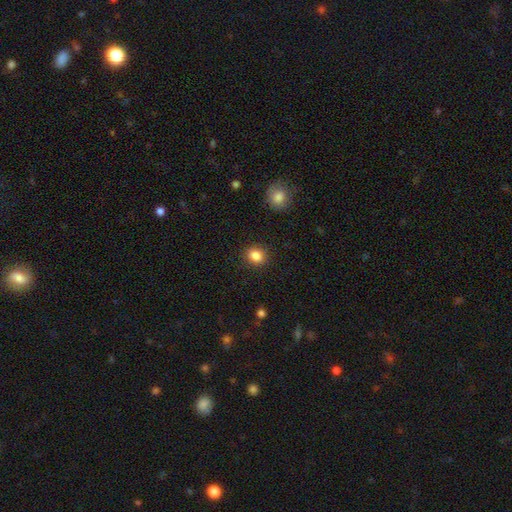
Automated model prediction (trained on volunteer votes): Morphology: type=smooth (85%); roundness=round (71%); merging=none (90%).